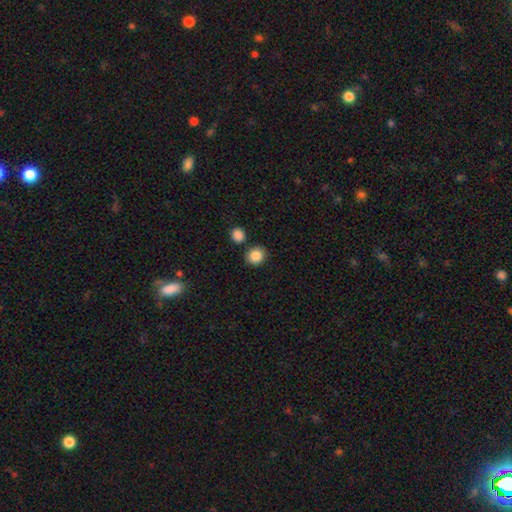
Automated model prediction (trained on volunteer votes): Smooth or featured? Predicted: smooth (p=0.87). How rounded? Predicted: round (p=0.83). Merging? Predicted: none (p=0.82).